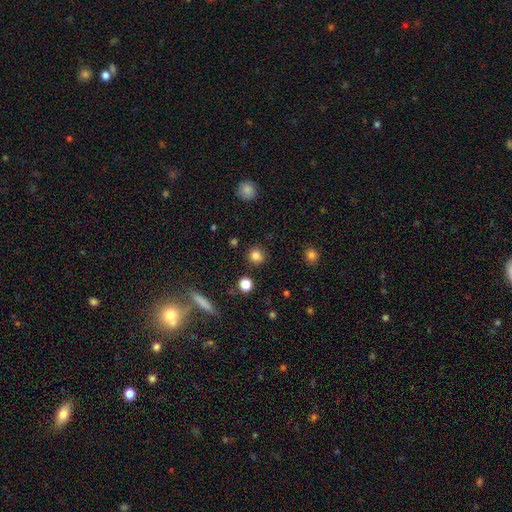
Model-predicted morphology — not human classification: smooth_or_featured: smooth (p=0.83) [alt: star or artifact p=0.12]
how_rounded: round (p=0.89) [alt: in between p=0.10]
merging: none (p=0.88) [alt: minor disturbance p=0.07]